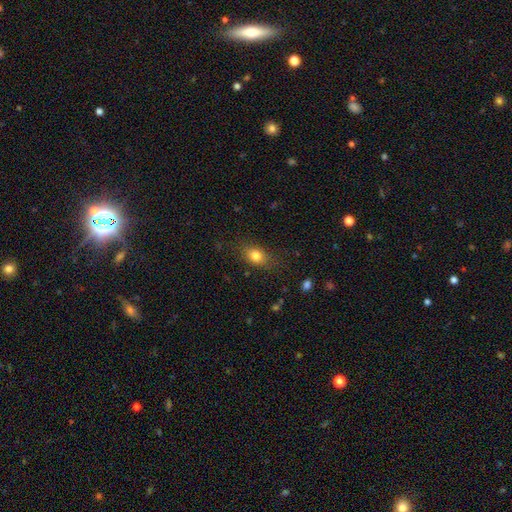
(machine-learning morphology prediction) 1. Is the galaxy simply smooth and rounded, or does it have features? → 80% smooth, 10% star or artifact, 9% featured or disk.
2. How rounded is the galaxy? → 69% in between, 28% round, 3% cigar-shaped.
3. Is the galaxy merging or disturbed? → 78% none, 16% minor disturbance, 5% major disturbance, 1% merger.